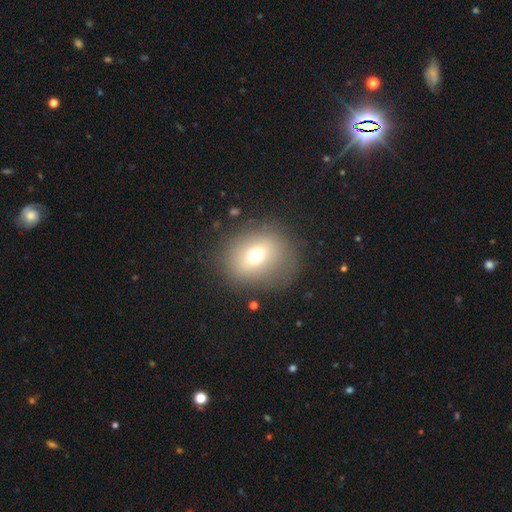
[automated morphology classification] This is likely a smooth galaxy (67%). How rounded: likely round (66%). Merging: likely none (78%).